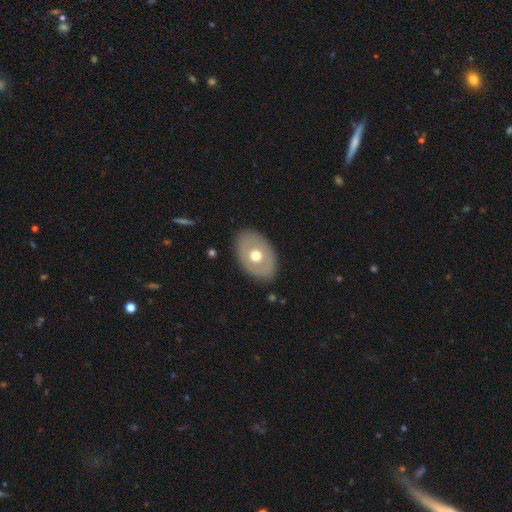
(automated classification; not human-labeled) Smooth or featured: smooth — 54% (featured or disk — 41%)
How rounded: in between — 81% (round — 18%)
Merging: none — 86% (minor disturbance — 10%)